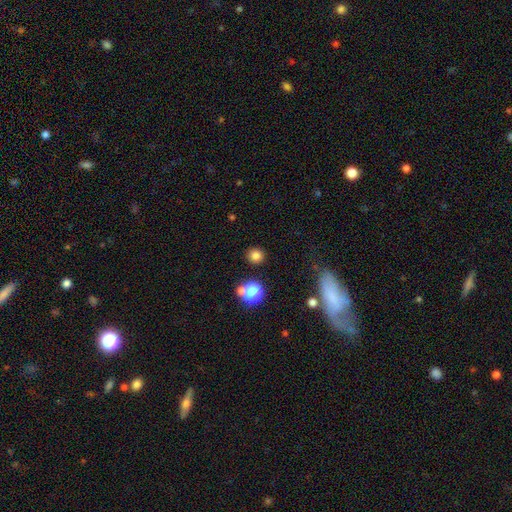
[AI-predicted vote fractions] A smooth galaxy with no disk features (79%) that is round (91%). Merging: none (87%).